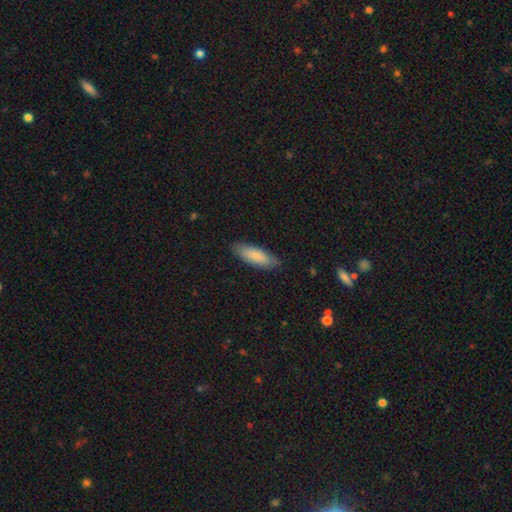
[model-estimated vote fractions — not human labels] smooth 82%, featured or disk 13%, star or artifact 5%. Down the decision tree: how rounded — in between (61%); merging — none (85%).